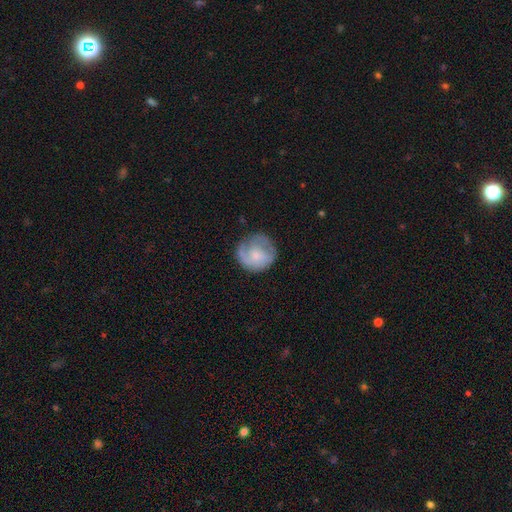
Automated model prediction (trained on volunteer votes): smooth-or-featured: featured or disk: 48% | smooth: 45% | star or artifact: 7%
  merging: none: 68% | minor disturbance: 20% | major disturbance: 10% | merger: 2%